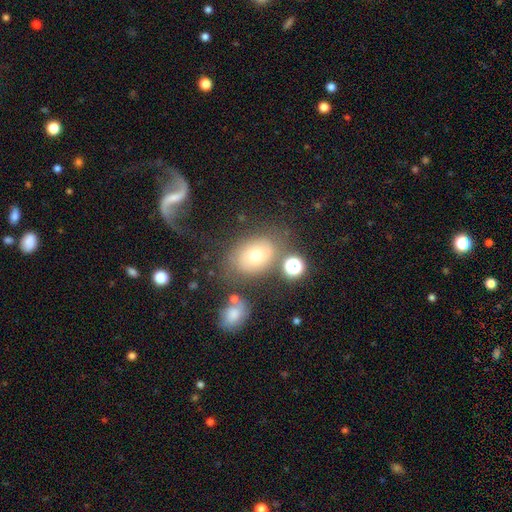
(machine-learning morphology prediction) Smooth or featured? smooth (53%)
How rounded? in between (67%)
Merging? none (63%)